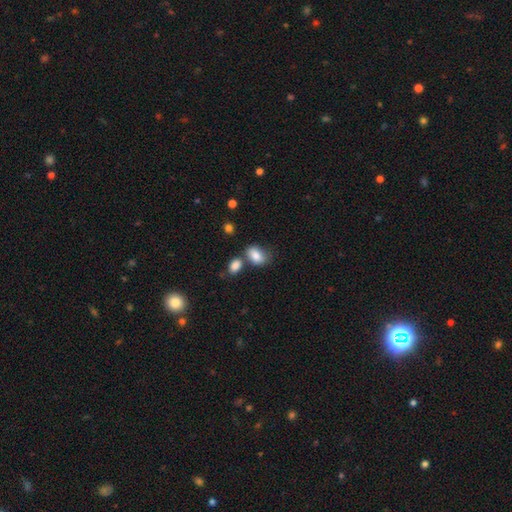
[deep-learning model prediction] The model was most divided on "merging": none: 47%, merger: 28%, minor disturbance: 19%, major disturbance: 6%. More confident: smooth or featured — smooth (84%); how rounded — in between (83%).